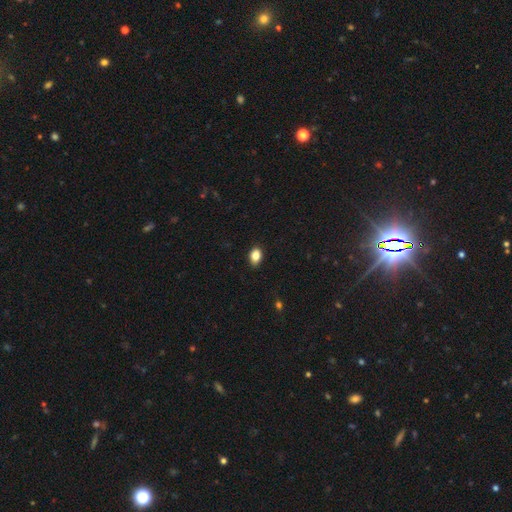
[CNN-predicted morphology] Smooth or featured?
  - smooth: 85% *
  - star or artifact: 9%
  - featured or disk: 6%
How rounded?
  - in between: 78% *
  - round: 20%
  - cigar-shaped: 1%
Merging?
  - none: 87% *
  - minor disturbance: 10%
  - major disturbance: 2%
  - merger: 1%